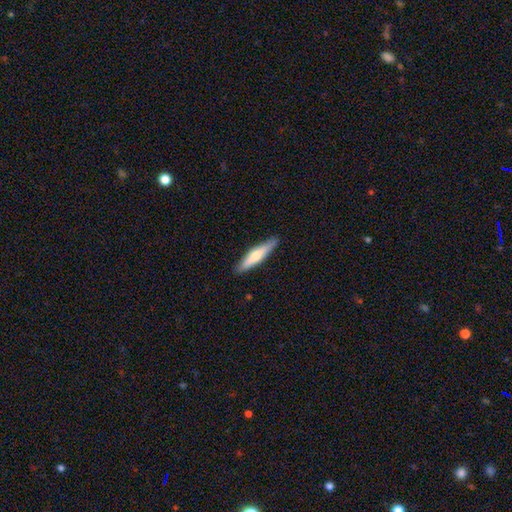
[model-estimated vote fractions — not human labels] Smooth or featured? smooth (58%)
How rounded? cigar-shaped (85%)
Merging? none (88%)